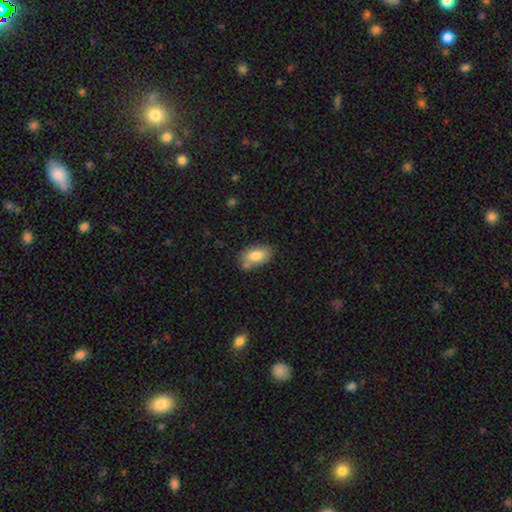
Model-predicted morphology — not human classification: Smooth or featured? Predicted: smooth (p=0.82). How rounded? Predicted: in between (p=0.92). Merging? Predicted: none (p=0.70).